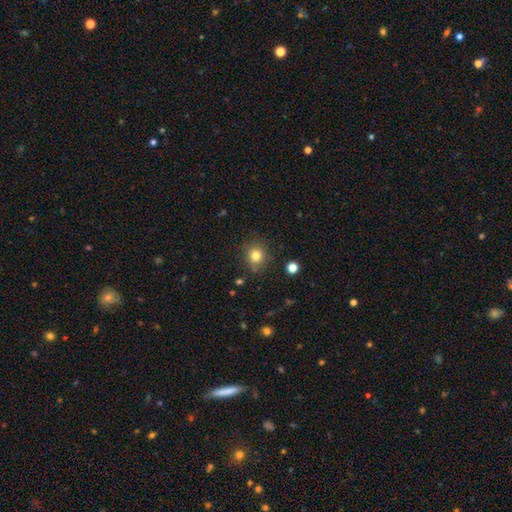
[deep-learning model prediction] Smooth or featured? smooth (79%)
How rounded? round (85%)
Merging? none (79%)